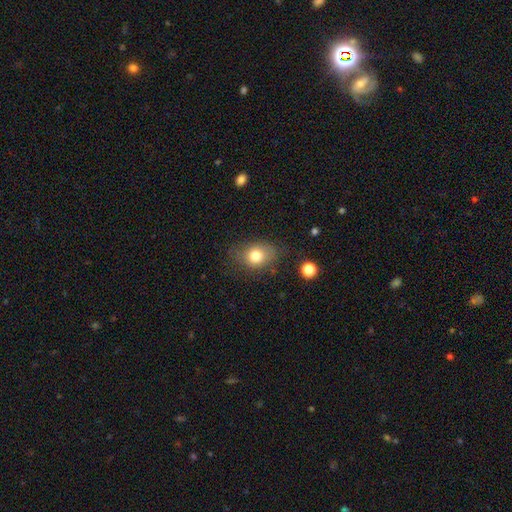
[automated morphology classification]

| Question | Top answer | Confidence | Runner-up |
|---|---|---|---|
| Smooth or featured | smooth | 78% | featured or disk (12%) |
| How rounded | in between | 58% | round (41%) |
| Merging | none | 70% | minor disturbance (21%) |